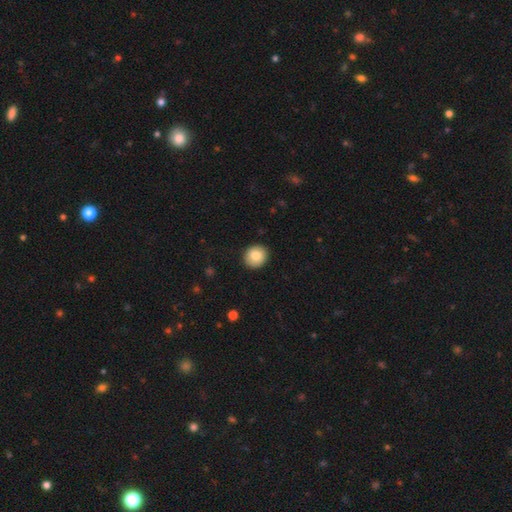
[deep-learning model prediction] The model was most divided on "smooth or featured": smooth: 80%, featured or disk: 12%, star or artifact: 8%. More confident: merging — none (91%); how rounded — round (84%).